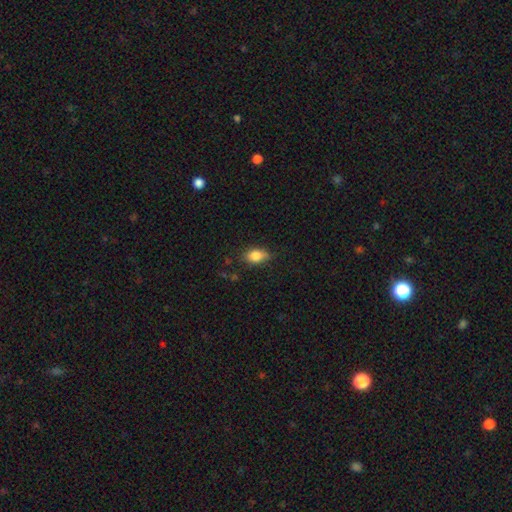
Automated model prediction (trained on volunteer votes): Smooth or featured?
  - smooth: 83% *
  - featured or disk: 9%
  - star or artifact: 9%
How rounded?
  - in between: 80% *
  - round: 16%
  - cigar-shaped: 3%
Merging?
  - none: 72% *
  - minor disturbance: 22%
  - major disturbance: 4%
  - merger: 2%